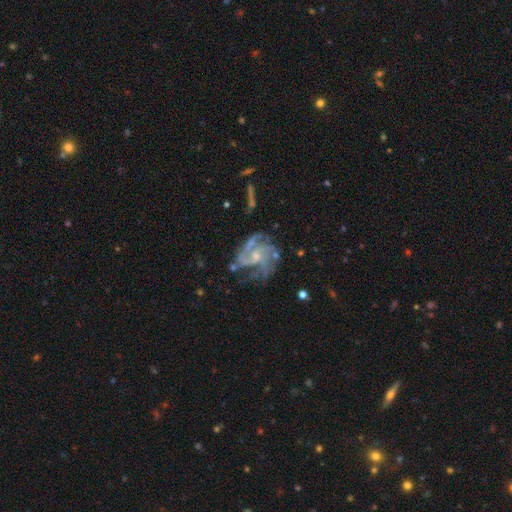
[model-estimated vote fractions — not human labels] Smooth or featured?
  - featured or disk: 87% *
  - star or artifact: 7%
  - smooth: 6%
Edge-on disk?
  - no: 98% *
  - yes: 2%
Bar?
  - no: 58% *
  - weak: 35%
  - strong: 7%
Spiral arms?
  - yes: 95% *
  - no: 5%
Spiral winding?
  - medium: 48% *
  - tight: 35%
  - loose: 17%
Spiral arm count?
  - 3: 35% *
  - 2: 21%
  - can't tell: 18%
  - 4: 14%
  - 1: 6%
  - more than 4: 6%
Bulge size?
  - small: 50% *
  - moderate: 38%
  - none: 9%
  - large: 3%
  - dominant: 1%
Merging?
  - none: 55% *
  - minor disturbance: 22%
  - major disturbance: 20%
  - merger: 4%